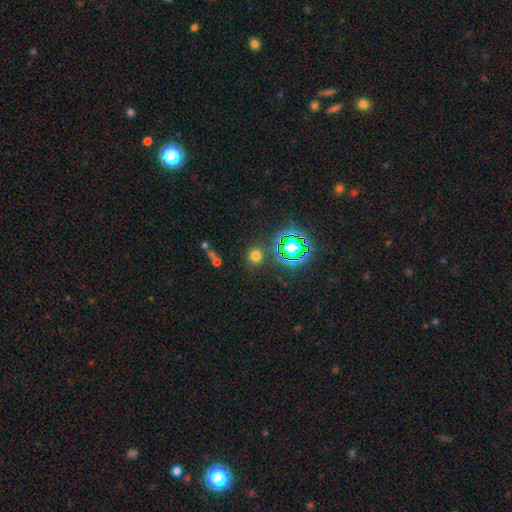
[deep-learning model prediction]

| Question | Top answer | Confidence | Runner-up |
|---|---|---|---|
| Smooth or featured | smooth | 64% | star or artifact (29%) |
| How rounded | round | 88% | in between (10%) |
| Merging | none | 83% | minor disturbance (7%) |